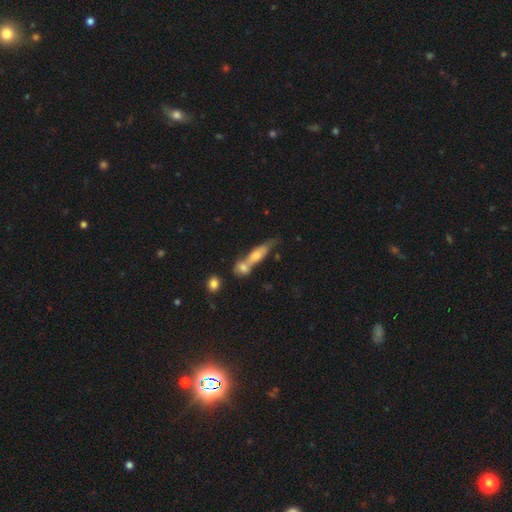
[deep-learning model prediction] Smooth or featured? Predicted: smooth (p=0.51). How rounded? Predicted: cigar-shaped (p=0.62). Merging? Predicted: merger (p=0.53).